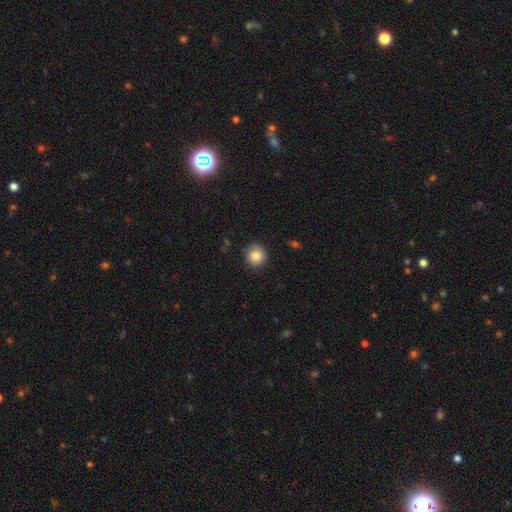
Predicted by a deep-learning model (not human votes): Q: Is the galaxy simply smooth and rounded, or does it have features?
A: smooth — 85%.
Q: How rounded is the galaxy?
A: round — 91%.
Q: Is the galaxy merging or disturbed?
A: none — 87%.